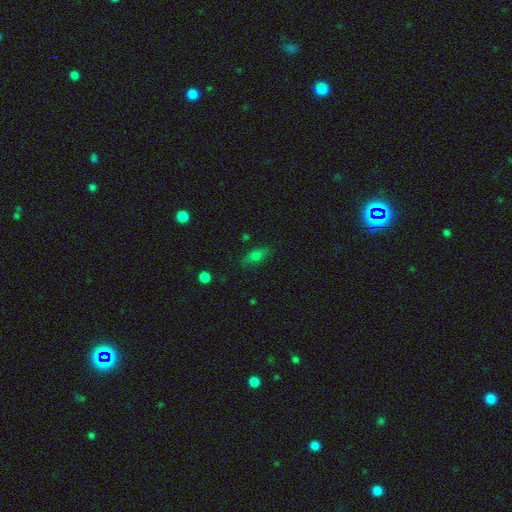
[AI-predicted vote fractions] Smooth or featured?
  - smooth: 71% *
  - featured or disk: 15%
  - star or artifact: 14%
How rounded?
  - in between: 78% *
  - cigar-shaped: 16%
  - round: 7%
Merging?
  - none: 78% *
  - minor disturbance: 16%
  - major disturbance: 4%
  - merger: 2%